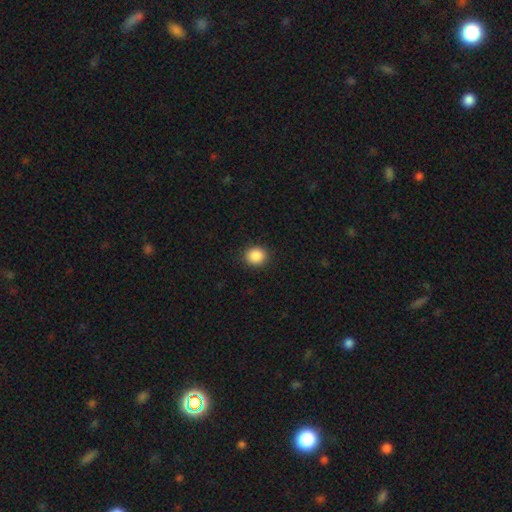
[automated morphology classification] Smooth or featured? Predicted: smooth (p=0.88). How rounded? Predicted: round (p=0.78). Merging? Predicted: none (p=0.91).